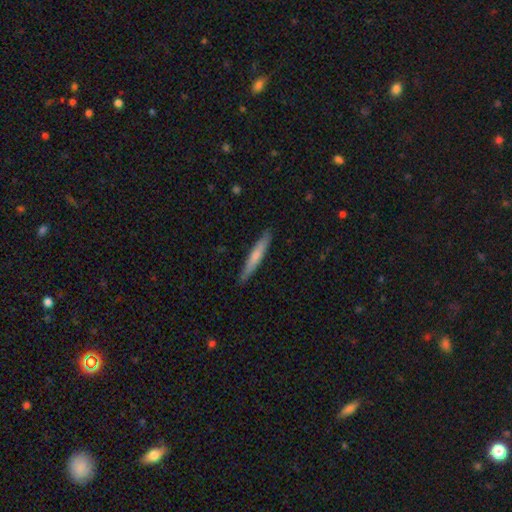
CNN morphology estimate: This appears to be a smooth galaxy with no disk features (63%) that is cigar-shaped (95%). Merging: none (88%).